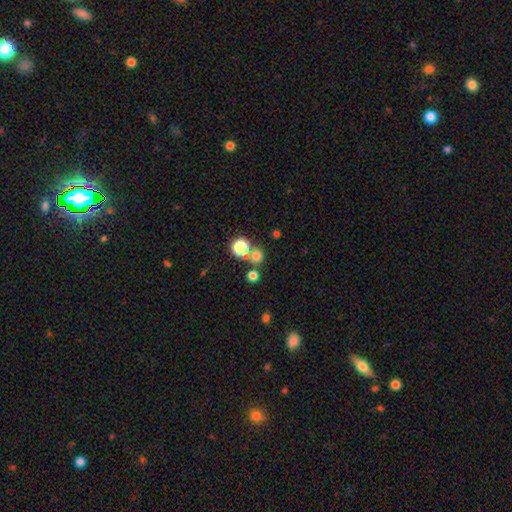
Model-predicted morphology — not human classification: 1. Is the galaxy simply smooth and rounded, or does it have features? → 71% smooth, 22% star or artifact, 7% featured or disk.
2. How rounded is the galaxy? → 88% round, 11% in between, 1% cigar-shaped.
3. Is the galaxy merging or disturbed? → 63% none, 27% merger, 7% minor disturbance, 4% major disturbance.